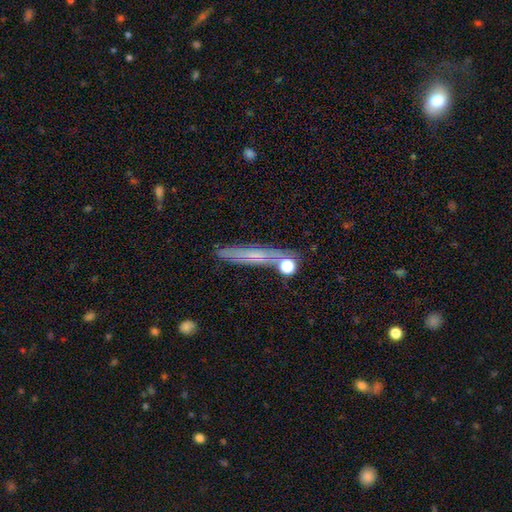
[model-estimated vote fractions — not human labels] Overall: smooth (49%; featured or disk 40%). Merging: none (73%).